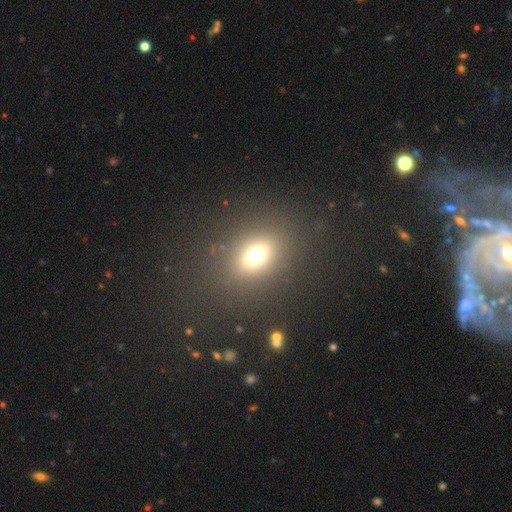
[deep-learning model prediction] Smooth or featured: smooth — 68% (star or artifact — 21%)
How rounded: in between — 52% (round — 46%)
Merging: none — 83% (minor disturbance — 9%)